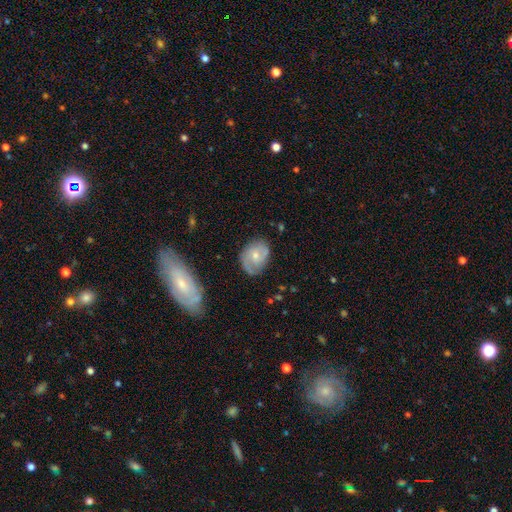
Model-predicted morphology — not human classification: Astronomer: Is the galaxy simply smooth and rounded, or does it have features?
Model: featured or disk — 57% (runner-up: smooth, 36%).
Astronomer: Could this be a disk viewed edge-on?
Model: no — 96%.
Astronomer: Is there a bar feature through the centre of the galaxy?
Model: no — 66%.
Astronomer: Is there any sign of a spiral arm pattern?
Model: yes — 80%.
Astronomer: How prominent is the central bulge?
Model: small — 48% (runner-up: moderate, 46%).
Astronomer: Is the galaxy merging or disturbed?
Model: none — 66%.